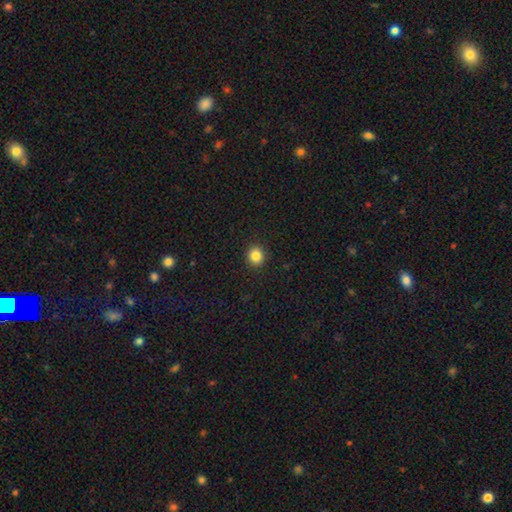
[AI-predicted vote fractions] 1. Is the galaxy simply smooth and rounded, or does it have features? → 84% smooth, 11% star or artifact, 5% featured or disk.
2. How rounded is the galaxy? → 88% round, 11% in between, 1% cigar-shaped.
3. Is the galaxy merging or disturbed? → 92% none, 5% minor disturbance, 2% major disturbance, 1% merger.